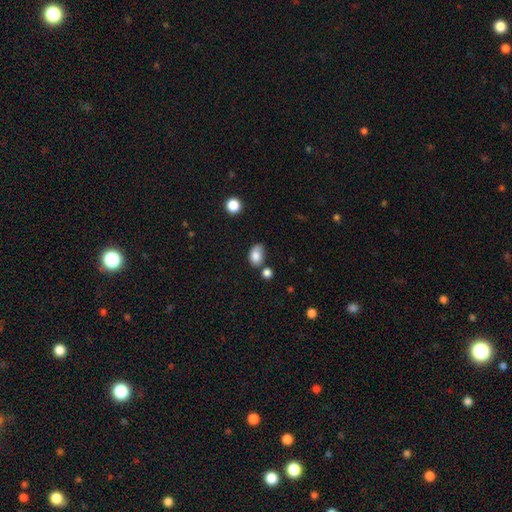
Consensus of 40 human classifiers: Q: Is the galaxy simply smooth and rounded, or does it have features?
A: smooth — 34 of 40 (85%).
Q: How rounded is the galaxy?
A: in between — 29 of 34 (85%).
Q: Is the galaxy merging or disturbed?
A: none — 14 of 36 (39%).